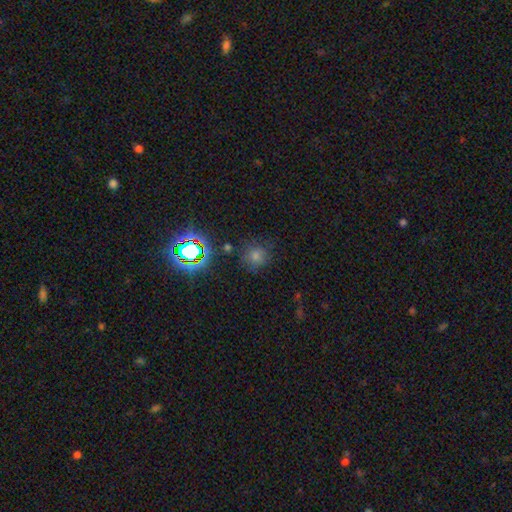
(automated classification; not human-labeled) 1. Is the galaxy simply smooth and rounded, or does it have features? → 58% smooth, 33% star or artifact, 9% featured or disk.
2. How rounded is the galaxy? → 89% round, 9% in between, 1% cigar-shaped.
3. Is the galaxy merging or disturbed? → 81% none, 12% minor disturbance, 4% major disturbance, 3% merger.